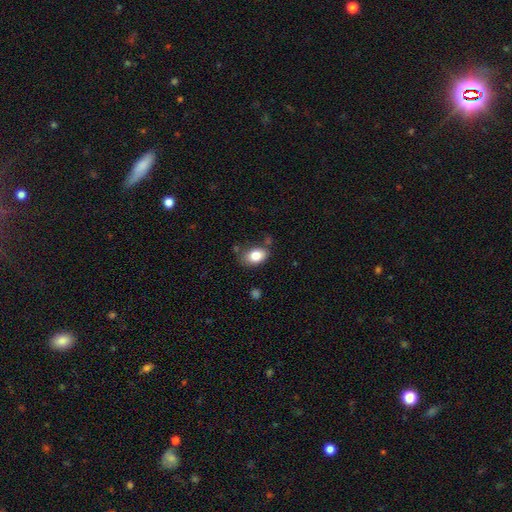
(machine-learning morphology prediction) This appears to be a smooth galaxy with no disk features (82%) that is in between round and cigar-shaped (84%). Merging: none (73%).